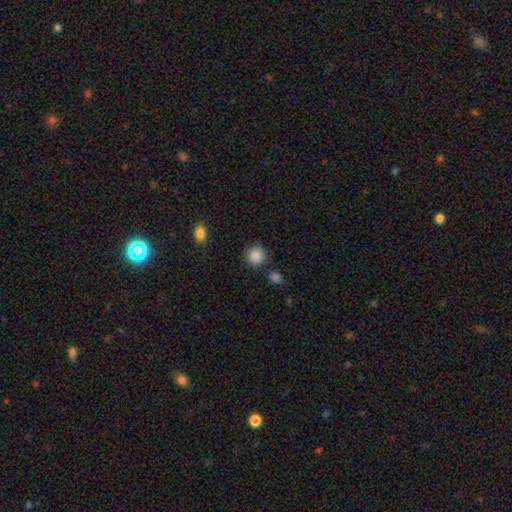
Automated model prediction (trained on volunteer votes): Smooth or featured? Predicted: smooth (p=0.88). How rounded? Predicted: round (p=0.91). Merging? Predicted: none (p=0.84).